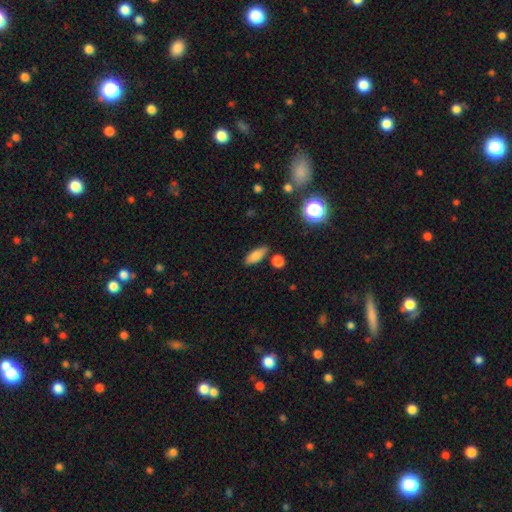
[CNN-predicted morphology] smooth-or-featured: smooth: 81% | featured or disk: 9% | star or artifact: 9%
  how-rounded: in between: 75% | cigar-shaped: 21% | round: 4%
  merging: none: 78% | minor disturbance: 13% | merger: 6% | major disturbance: 3%